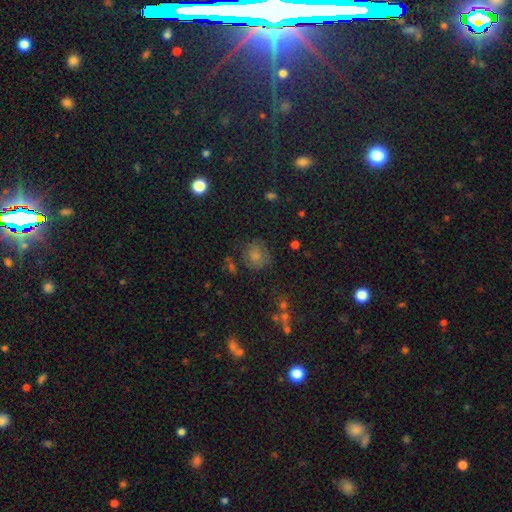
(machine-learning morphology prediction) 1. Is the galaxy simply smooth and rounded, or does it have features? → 71% smooth, 16% star or artifact, 13% featured or disk.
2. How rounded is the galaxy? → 83% round, 16% in between, 1% cigar-shaped.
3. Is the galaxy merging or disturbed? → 68% none, 20% minor disturbance, 9% major disturbance, 4% merger.